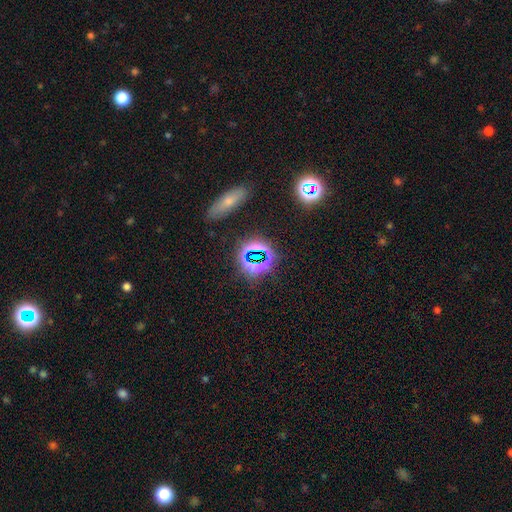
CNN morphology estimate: This appears to be a star or artifact, not a galaxy (64%).